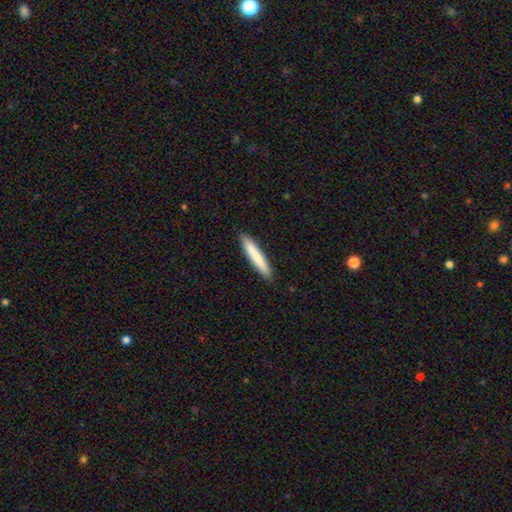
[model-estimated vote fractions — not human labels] Smooth or featured? Predicted: smooth (p=0.81). How rounded? Predicted: cigar-shaped (p=0.92). Merging? Predicted: none (p=0.91).